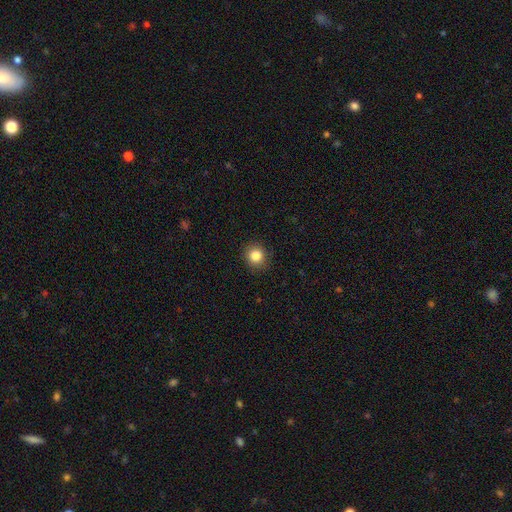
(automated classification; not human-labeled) Smooth or featured?
  - smooth: 85% *
  - star or artifact: 11%
  - featured or disk: 5%
How rounded?
  - round: 89% *
  - in between: 10%
  - cigar-shaped: 1%
Merging?
  - none: 91% *
  - minor disturbance: 6%
  - major disturbance: 2%
  - merger: 1%